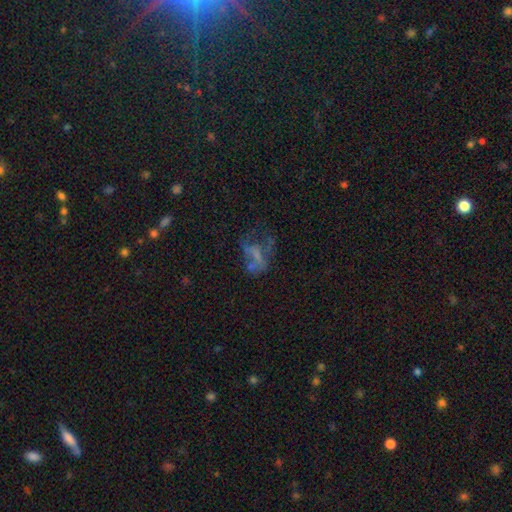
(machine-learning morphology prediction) This appears to be a featured or disk galaxy (44%). Merging: major disturbance (42%).